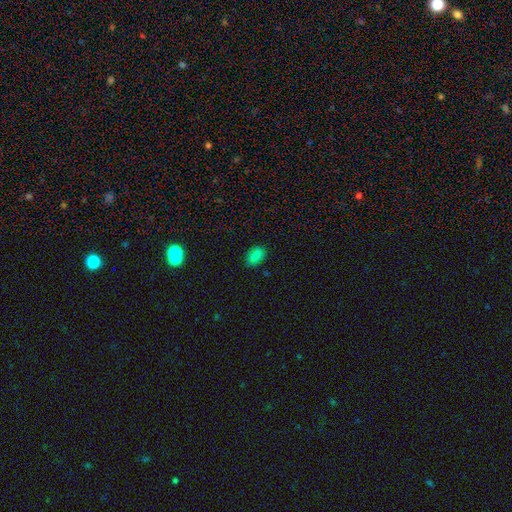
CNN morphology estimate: Overall: smooth (84%). How rounded: in between (88%). Merging: none (84%).